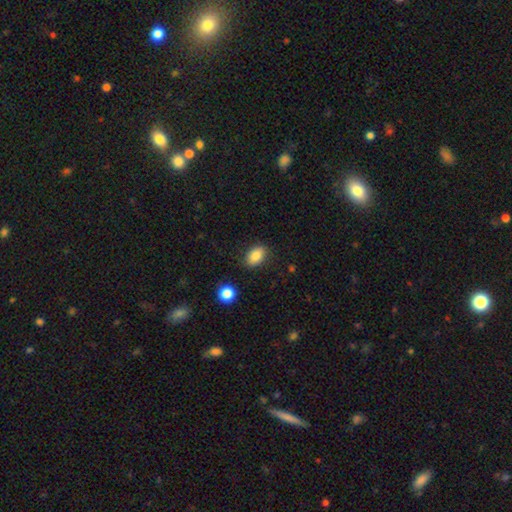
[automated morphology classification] smooth-or-featured: smooth: 84% | star or artifact: 9% | featured or disk: 7%
  how-rounded: in between: 84% | round: 14% | cigar-shaped: 2%
  merging: none: 84% | minor disturbance: 11% | major disturbance: 3% | merger: 2%